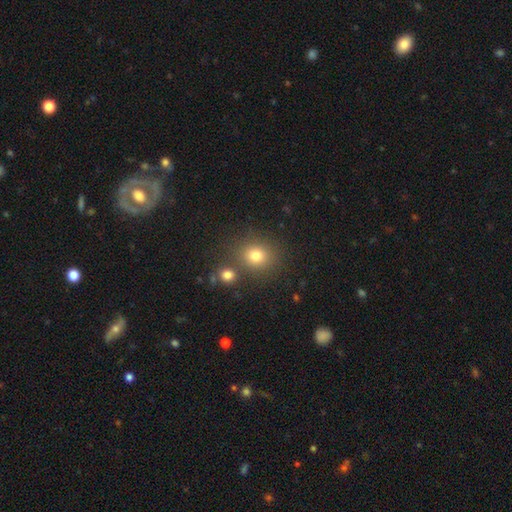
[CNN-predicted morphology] This is likely a smooth galaxy (77%). How rounded: clearly round (81%). Merging: likely none (76%).